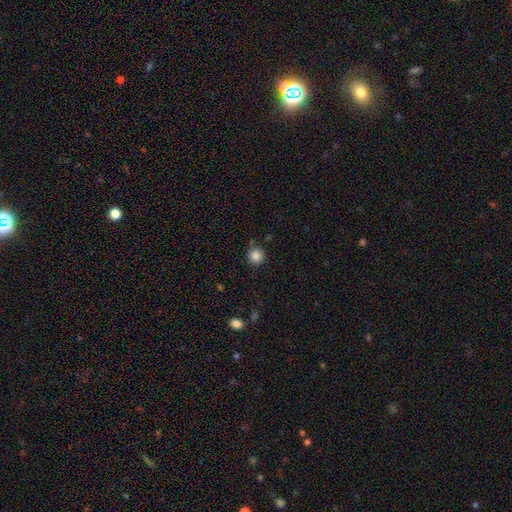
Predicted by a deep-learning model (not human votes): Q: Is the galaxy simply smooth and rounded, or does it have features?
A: smooth — 85%.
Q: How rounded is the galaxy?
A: round — 95%.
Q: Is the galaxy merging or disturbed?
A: none — 82%.